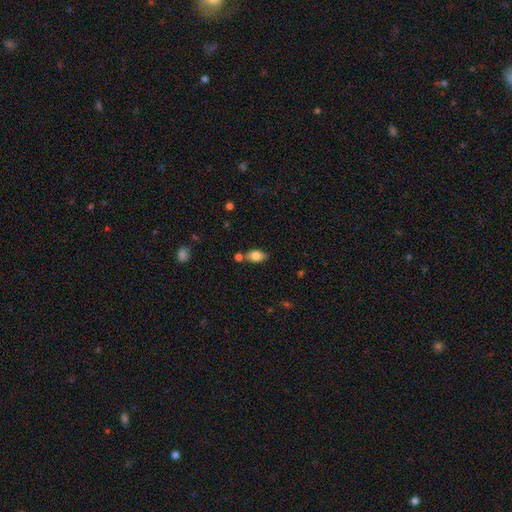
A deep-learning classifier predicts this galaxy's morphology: The model was most divided on "merging": none: 63%, merger: 18%, minor disturbance: 15%, major disturbance: 4%. More confident: how rounded — in between (86%); smooth or featured — smooth (82%).